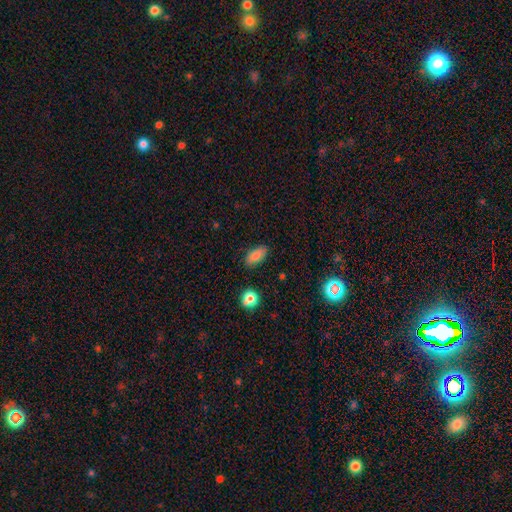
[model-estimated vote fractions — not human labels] Q: Smooth or featured?
A: smooth (84%); runner-up: star or artifact (9%)
Q: How rounded?
A: in between (90%); runner-up: cigar-shaped (6%)
Q: Merging?
A: none (83%); runner-up: minor disturbance (12%)